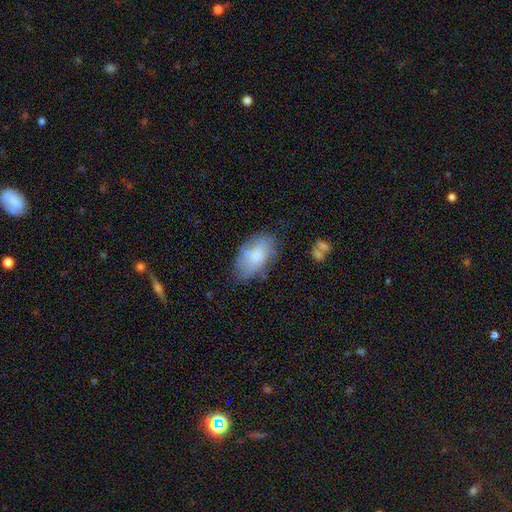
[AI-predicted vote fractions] A smooth galaxy with no disk features (71%) that is in between round and cigar-shaped (94%). Merging: none (59%).